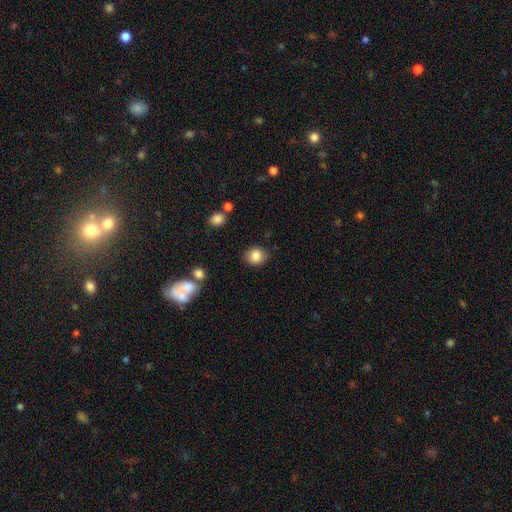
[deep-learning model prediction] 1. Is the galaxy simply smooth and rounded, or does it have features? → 84% smooth, 10% star or artifact, 6% featured or disk.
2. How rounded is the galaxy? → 68% round, 31% in between, 1% cigar-shaped.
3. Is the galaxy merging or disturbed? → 84% none, 10% minor disturbance, 3% major disturbance, 2% merger.